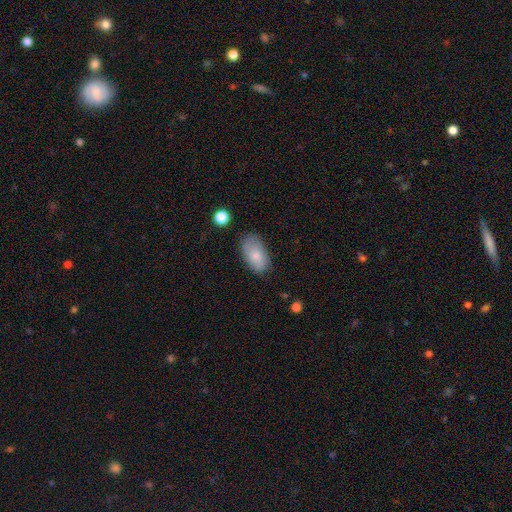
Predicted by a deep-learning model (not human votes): Smooth or featured? smooth (80%)
How rounded? in between (94%)
Merging? none (75%)